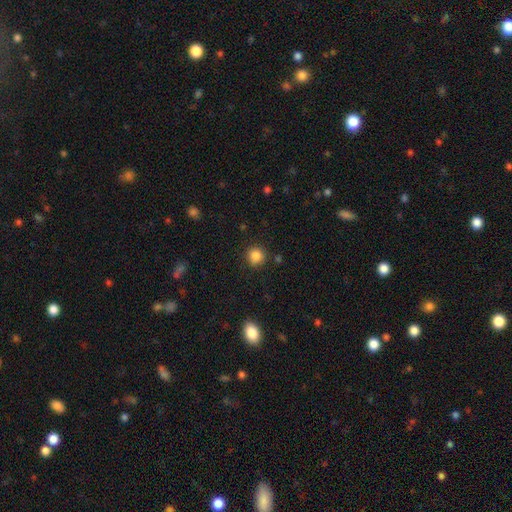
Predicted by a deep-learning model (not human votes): This is clearly a smooth galaxy (85%). How rounded: clearly round (91%). Merging: clearly none (88%).